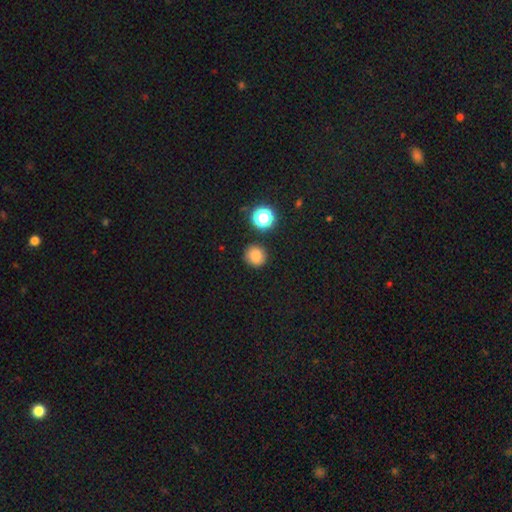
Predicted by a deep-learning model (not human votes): smooth-or-featured: smooth: 81% | star or artifact: 14% | featured or disk: 5%
  how-rounded: round: 90% | in between: 9% | cigar-shaped: 1%
  merging: none: 87% | minor disturbance: 8% | merger: 3% | major disturbance: 2%